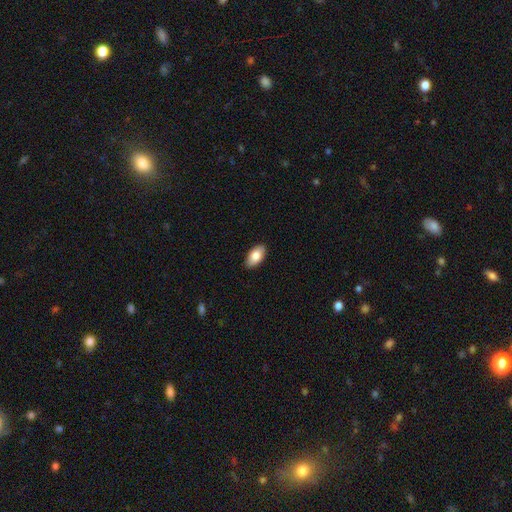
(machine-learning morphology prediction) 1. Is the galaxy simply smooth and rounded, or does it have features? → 83% smooth, 10% featured or disk, 6% star or artifact.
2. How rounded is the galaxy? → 94% in between, 3% round, 3% cigar-shaped.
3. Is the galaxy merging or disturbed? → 90% none, 8% minor disturbance, 2% major disturbance, 1% merger.